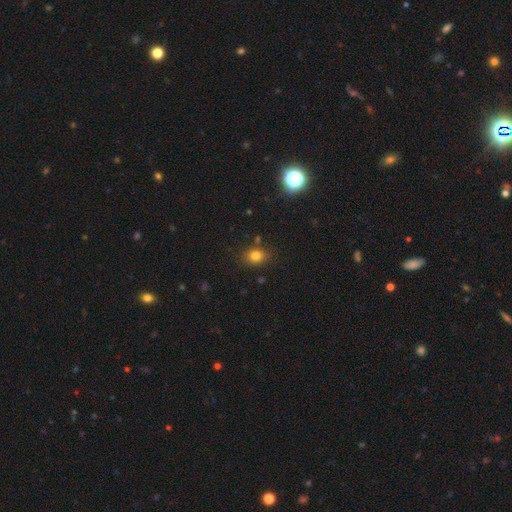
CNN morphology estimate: Overall: smooth (77%). How rounded: round (50%; in between 49%). Merging: none (81%).